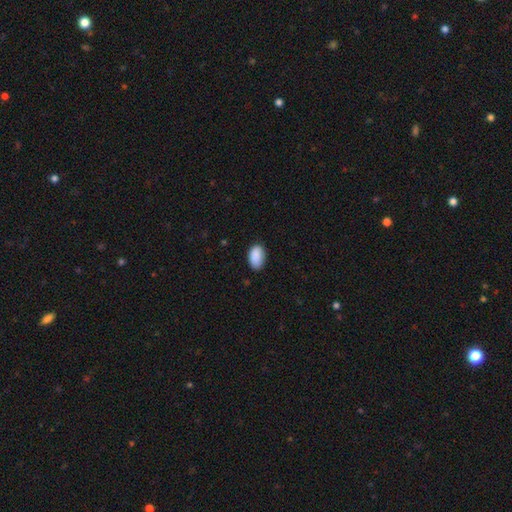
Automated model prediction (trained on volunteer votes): smooth-or-featured: smooth: 90% | star or artifact: 6% | featured or disk: 3%
  how-rounded: in between: 94% | round: 5% | cigar-shaped: 1%
  merging: none: 81% | minor disturbance: 16% | major disturbance: 2% | merger: 1%